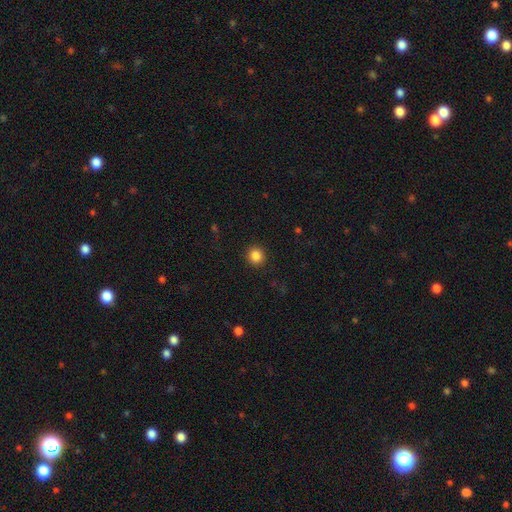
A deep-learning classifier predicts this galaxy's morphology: type=smooth (86%); roundness=round (91%); merging=none (92%).